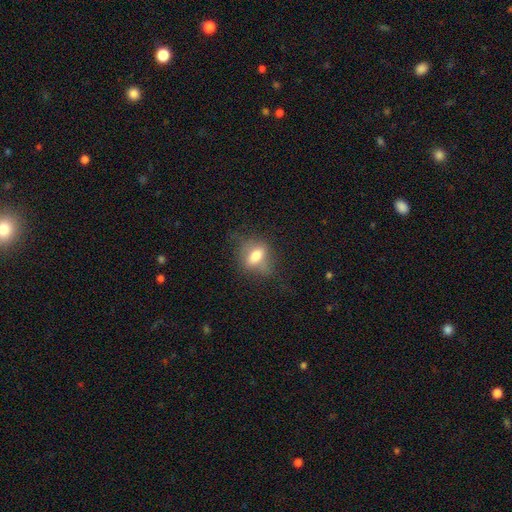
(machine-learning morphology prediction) Smooth or featured? Predicted: smooth (p=0.63). How rounded? Predicted: in between (p=0.71). Merging? Predicted: none (p=0.64).